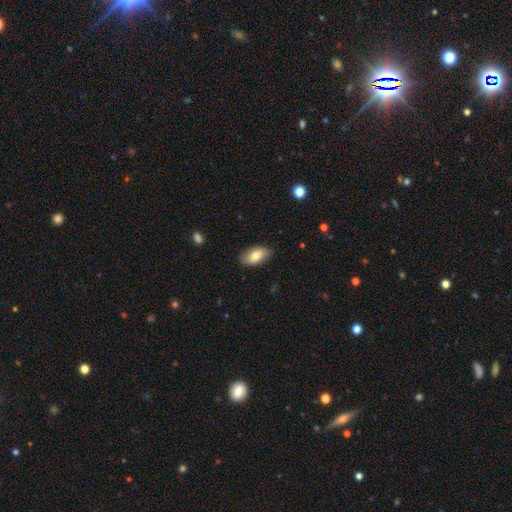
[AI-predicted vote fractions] This is likely a smooth galaxy (77%). How rounded: clearly in between (93%). Merging: clearly none (85%).